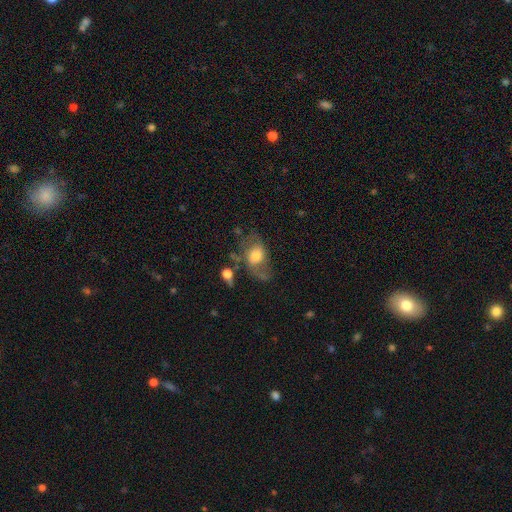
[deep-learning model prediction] Smooth or featured? smooth (47%)
Merging? none (43%)